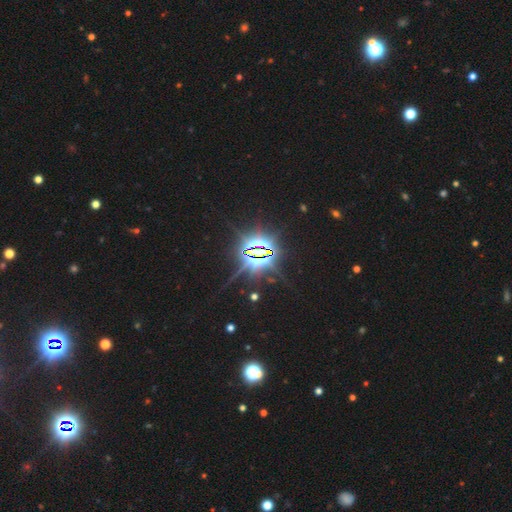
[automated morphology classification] This appears to be a star or artifact, not a galaxy (85%).